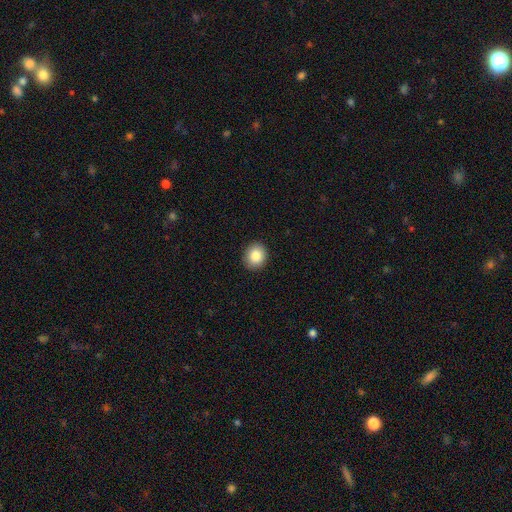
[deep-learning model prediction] Overall: smooth (85%). How rounded: round (76%). Merging: none (91%).